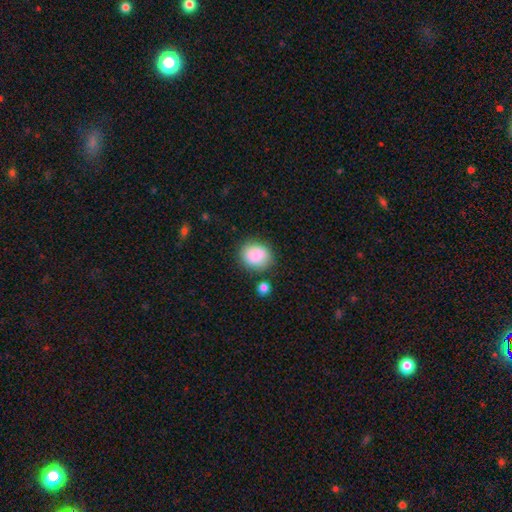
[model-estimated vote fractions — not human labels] A smooth galaxy with no disk features (85%) that is round (69%). Merging: none (77%).